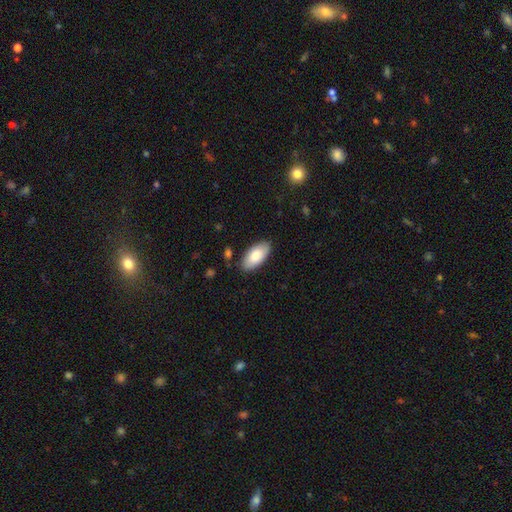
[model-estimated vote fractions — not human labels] A smooth galaxy with no disk features (83%) that is in between round and cigar-shaped (94%).

Vote fractions:
- Smooth or featured? smooth: 83% / featured or disk: 11% / star or artifact: 6%
- How rounded? in between: 94% / cigar-shaped: 4% / round: 2%
- Merging? none: 84% / minor disturbance: 12% / major disturbance: 2% / merger: 2%